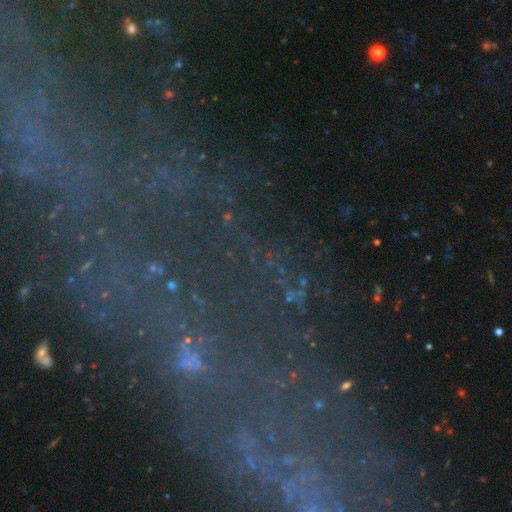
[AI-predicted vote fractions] This is likely a star or artifact rather than a galaxy (61%).